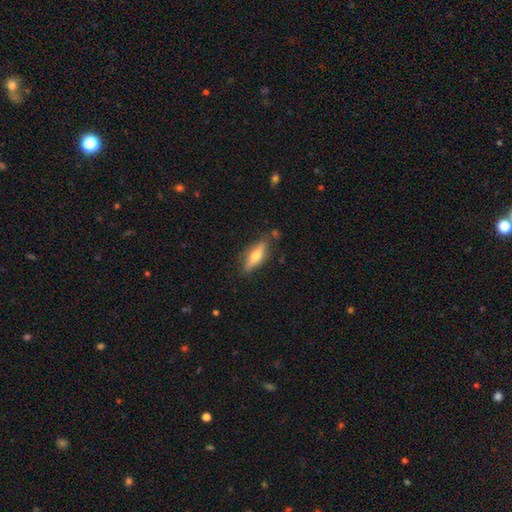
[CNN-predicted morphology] The model was most divided on "smooth or featured": smooth: 51%, featured or disk: 43%, star or artifact: 6%. More confident: merging — none (80%); how rounded — cigar-shaped (58%).